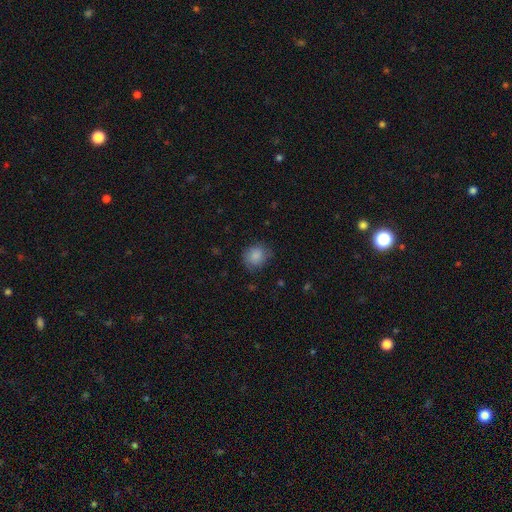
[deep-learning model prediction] smooth_or_featured: smooth (p=0.86) [alt: star or artifact p=0.08]
how_rounded: round (p=0.75) [alt: in between p=0.24]
merging: none (p=0.74) [alt: minor disturbance p=0.20]